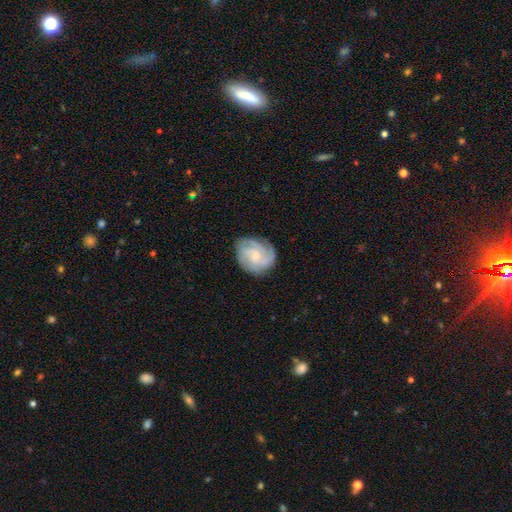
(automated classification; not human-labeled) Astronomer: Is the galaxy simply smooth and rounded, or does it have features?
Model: featured or disk — 69%.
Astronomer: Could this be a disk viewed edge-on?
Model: no — 98%.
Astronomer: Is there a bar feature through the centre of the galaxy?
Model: no — 75%.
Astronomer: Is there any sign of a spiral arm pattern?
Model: yes — 92%.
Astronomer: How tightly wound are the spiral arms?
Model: tight — 54% (runner-up: medium, 35%).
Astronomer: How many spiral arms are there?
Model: can't tell — 28% (runner-up: 3, 27%).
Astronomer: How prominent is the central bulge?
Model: small — 62%.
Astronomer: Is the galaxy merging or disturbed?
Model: none — 76%.